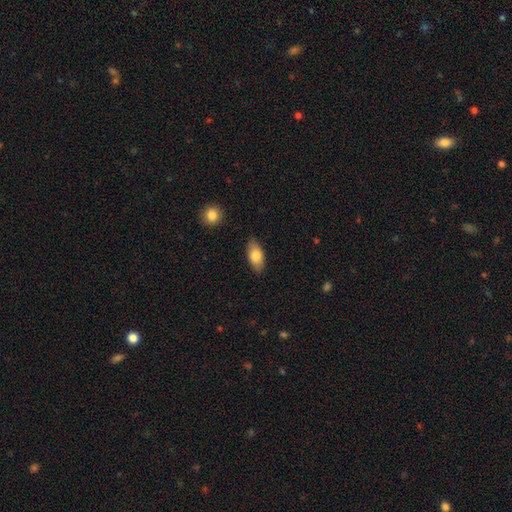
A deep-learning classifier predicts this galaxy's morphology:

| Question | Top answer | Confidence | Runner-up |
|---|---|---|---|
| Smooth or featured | smooth | 80% | featured or disk (14%) |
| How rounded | in between | 90% | cigar-shaped (6%) |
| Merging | none | 85% | minor disturbance (11%) |